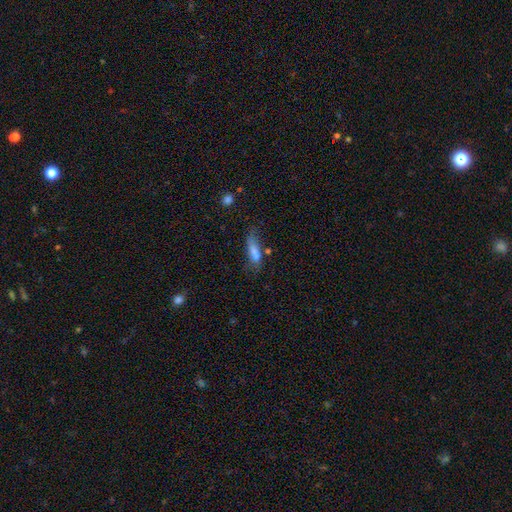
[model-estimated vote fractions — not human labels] This is likely a smooth galaxy (70%). How rounded: possibly in between (51%). Merging: marginally none (37%).